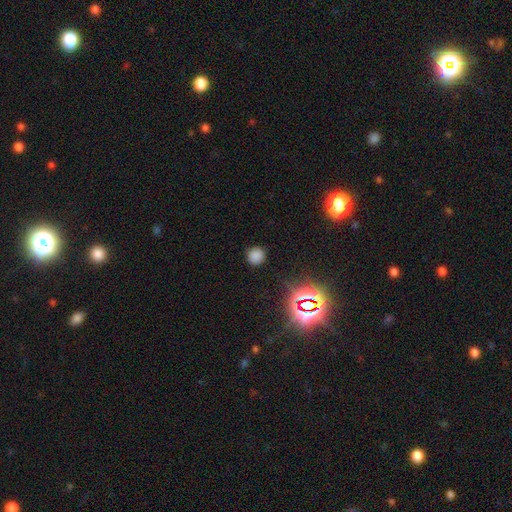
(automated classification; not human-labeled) The model was most divided on "smooth or featured": smooth: 76%, star or artifact: 19%, featured or disk: 5%. More confident: how rounded — round (92%); merging — none (88%).